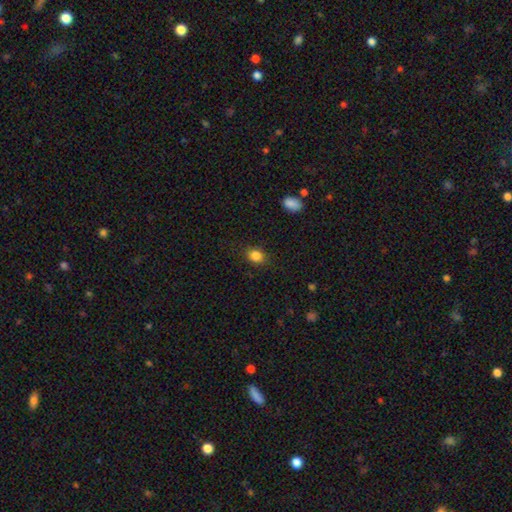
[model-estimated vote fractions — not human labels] Smooth or featured? smooth (85%)
How rounded? round (55%)
Merging? none (84%)